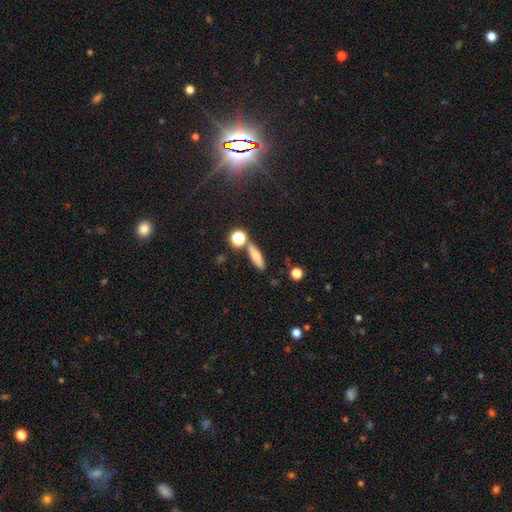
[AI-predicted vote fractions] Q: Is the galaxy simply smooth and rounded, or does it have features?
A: smooth — 65%.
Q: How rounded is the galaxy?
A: cigar-shaped — 59%.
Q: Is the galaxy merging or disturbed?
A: none — 75%.